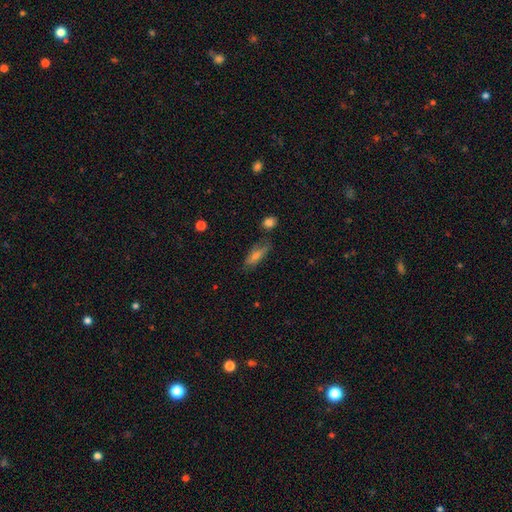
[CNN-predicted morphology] Overall: smooth (54%; featured or disk 32%). How rounded: cigar-shaped (48%, tied with in between). Merging: none (72%).